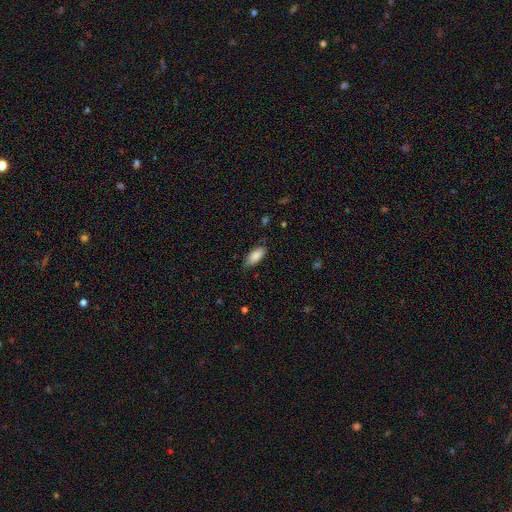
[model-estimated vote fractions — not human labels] Morphology: type=smooth (87%); roundness=in between (87%); merging=none (78%).